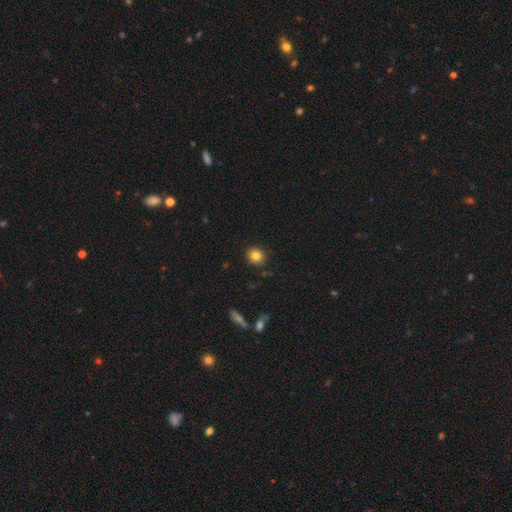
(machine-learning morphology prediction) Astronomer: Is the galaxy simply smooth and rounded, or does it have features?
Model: smooth — 83%.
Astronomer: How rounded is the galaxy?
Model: round — 78%.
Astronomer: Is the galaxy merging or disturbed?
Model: none — 89%.